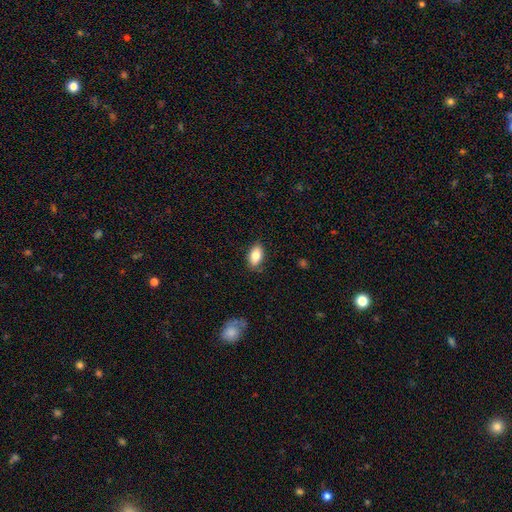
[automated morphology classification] Smooth or featured?
  - smooth: 81% *
  - featured or disk: 11%
  - star or artifact: 7%
How rounded?
  - in between: 91% *
  - round: 5%
  - cigar-shaped: 4%
Merging?
  - none: 84% *
  - minor disturbance: 13%
  - major disturbance: 2%
  - merger: 1%